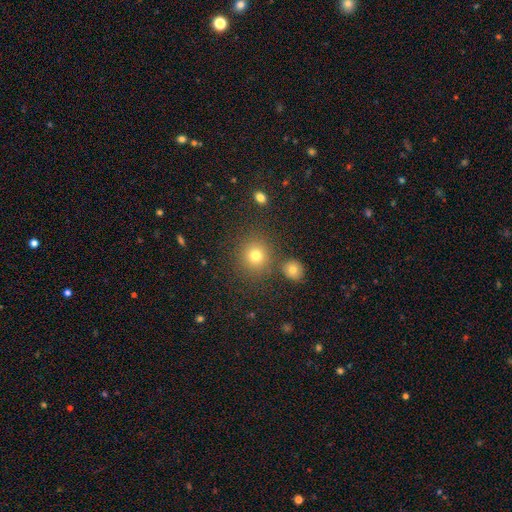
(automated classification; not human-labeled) Smooth or featured? smooth (77%)
How rounded? round (89%)
Merging? none (81%)